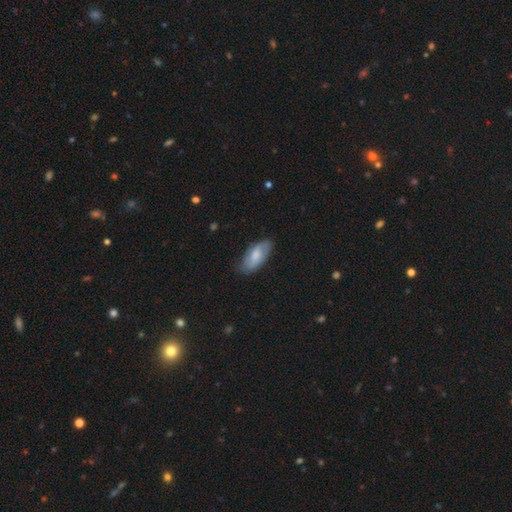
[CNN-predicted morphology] smooth-or-featured: smooth: 65% | featured or disk: 29% | star or artifact: 6%
  how-rounded: in between: 89% | cigar-shaped: 9% | round: 2%
  merging: none: 71% | minor disturbance: 23% | major disturbance: 5% | merger: 1%